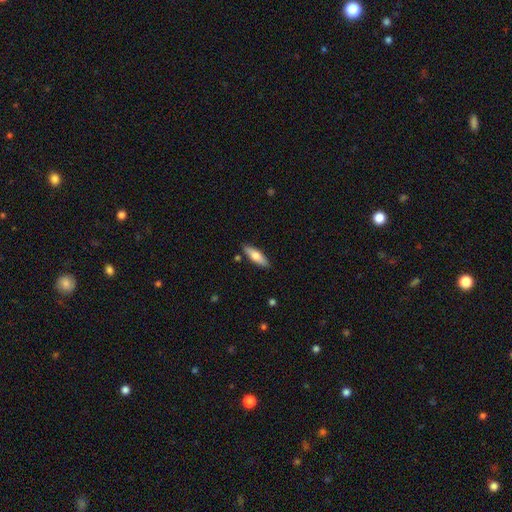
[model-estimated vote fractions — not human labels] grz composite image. It shows a smooth galaxy with no disk features (69%) that is cigar-shaped (50%). Merging: none (85%).